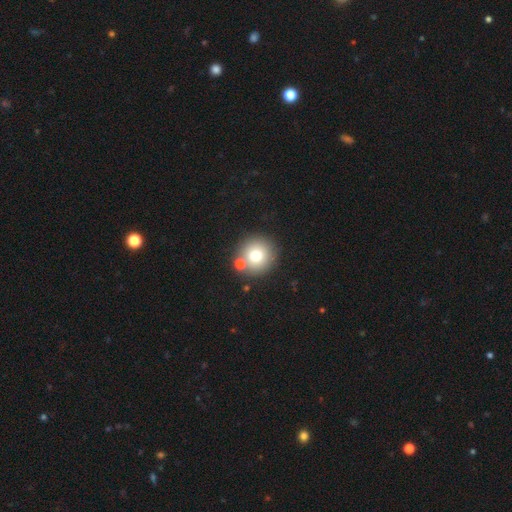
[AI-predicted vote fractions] Smooth or featured?
  - smooth: 72% *
  - featured or disk: 15%
  - star or artifact: 13%
How rounded?
  - round: 93% *
  - in between: 6%
  - cigar-shaped: 1%
Merging?
  - none: 76% *
  - merger: 13%
  - minor disturbance: 8%
  - major disturbance: 3%